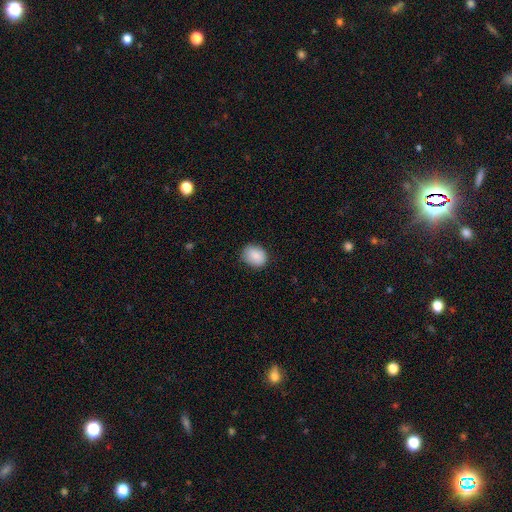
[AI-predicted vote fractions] Morphology: type=smooth (88%); roundness=in between (52%); merging=none (80%).